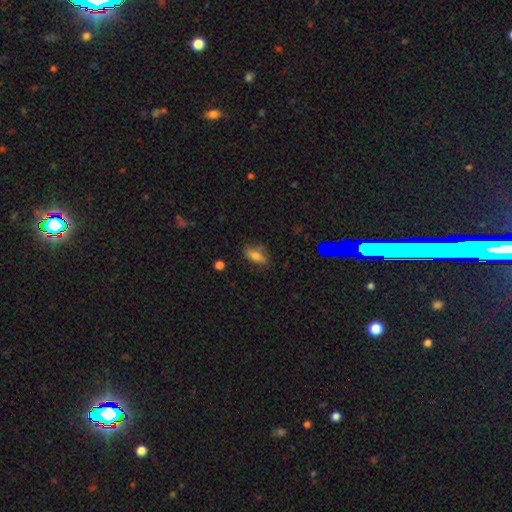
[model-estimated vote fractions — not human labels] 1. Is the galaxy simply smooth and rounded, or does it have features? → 73% smooth, 15% featured or disk, 12% star or artifact.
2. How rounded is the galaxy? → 78% in between, 17% cigar-shaped, 5% round.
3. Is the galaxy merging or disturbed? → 71% none, 21% minor disturbance, 5% major disturbance, 3% merger.